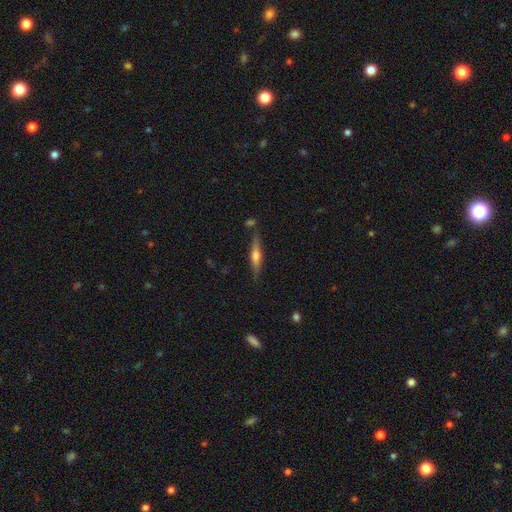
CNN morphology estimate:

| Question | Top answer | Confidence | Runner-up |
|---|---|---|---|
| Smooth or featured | featured or disk | 58% | smooth (36%) |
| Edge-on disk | yes | 95% | no (5%) |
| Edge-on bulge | rounded | 84% | boxy (10%) |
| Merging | none | 81% | minor disturbance (12%) |